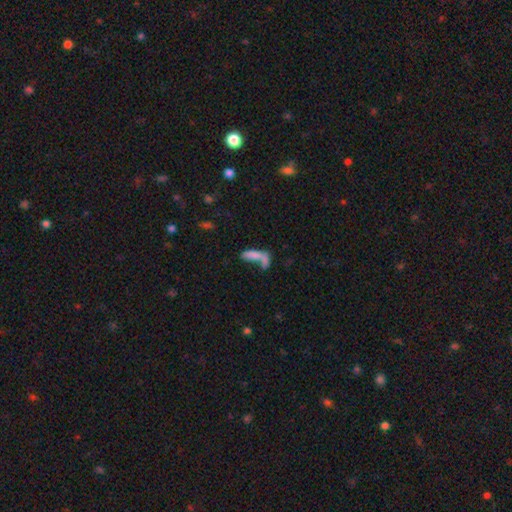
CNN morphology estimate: Q: Smooth or featured?
A: smooth (69%); runner-up: featured or disk (19%)
Q: How rounded?
A: in between (49%); runner-up: cigar-shaped (46%)
Q: Merging?
A: merger (45%); runner-up: none (28%)